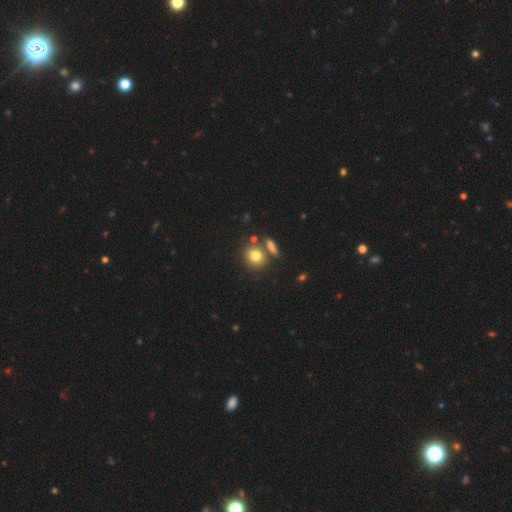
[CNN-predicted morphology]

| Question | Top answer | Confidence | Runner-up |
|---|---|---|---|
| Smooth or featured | smooth | 78% | star or artifact (12%) |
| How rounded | round | 76% | in between (22%) |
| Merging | none | 68% | merger (19%) |